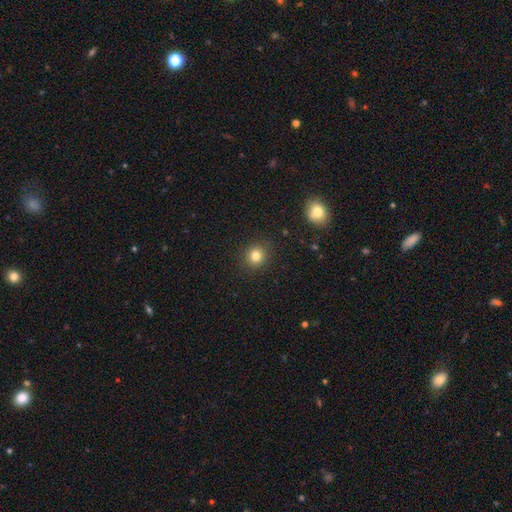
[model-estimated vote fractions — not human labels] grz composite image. It shows a smooth galaxy with no disk features (81%) that is round (88%). Merging: none (90%).